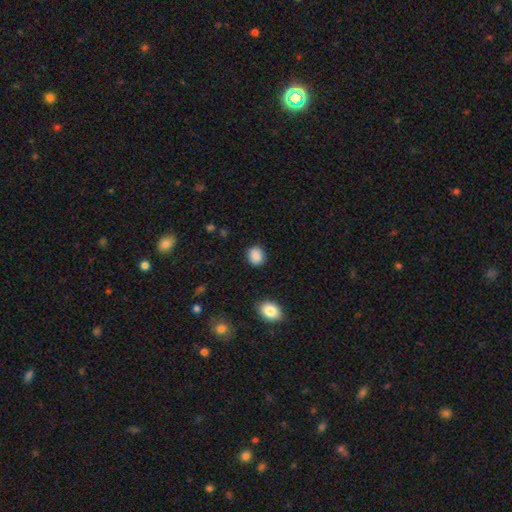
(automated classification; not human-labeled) Smooth or featured? Predicted: smooth (p=0.88). How rounded? Predicted: round (p=0.65). Merging? Predicted: none (p=0.85).